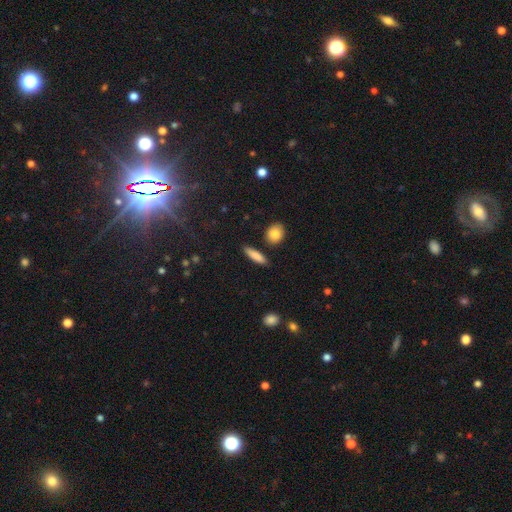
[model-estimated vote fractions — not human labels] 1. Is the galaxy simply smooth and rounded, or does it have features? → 82% smooth, 12% featured or disk, 6% star or artifact.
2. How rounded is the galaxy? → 69% cigar-shaped, 27% in between, 4% round.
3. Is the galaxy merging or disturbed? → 85% none, 9% minor disturbance, 4% merger, 2% major disturbance.